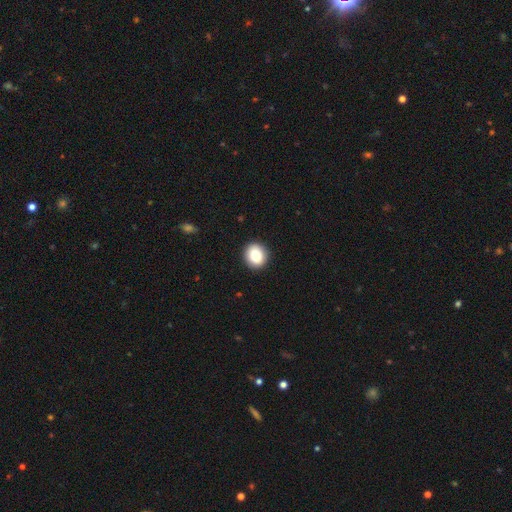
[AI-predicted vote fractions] Overall: smooth (87%). How rounded: round (73%). Merging: none (90%).